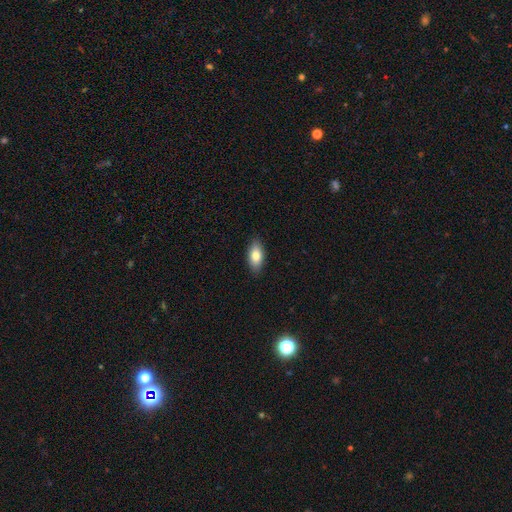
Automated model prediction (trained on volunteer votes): Overall: smooth (80%). How rounded: in between (87%). Merging: none (88%).